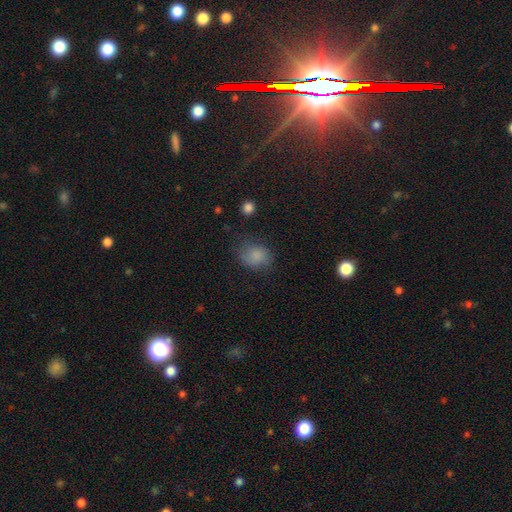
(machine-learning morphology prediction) Smooth or featured? smooth (82%)
How rounded? in between (51%)
Merging? none (66%)